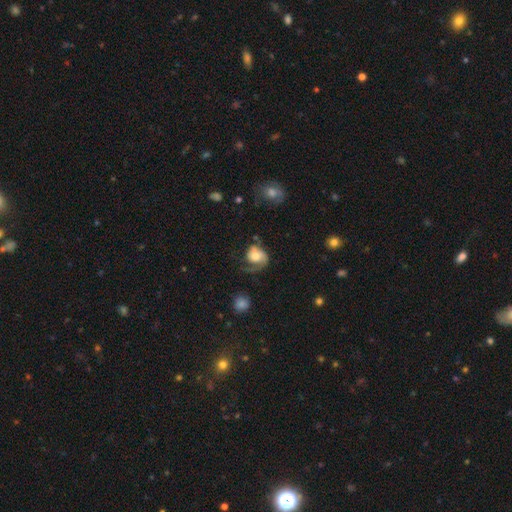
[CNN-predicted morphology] type=featured or disk (57%); edge-on=no (97%); bar=no (70%); spiral arms=yes (86%); bulge=moderate (51%); merging=major disturbance (37%).